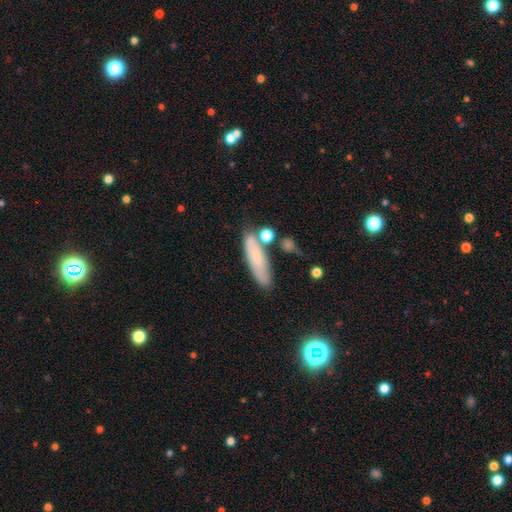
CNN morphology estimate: Smooth or featured? smooth (67%)
How rounded? cigar-shaped (61%)
Merging? none (68%)